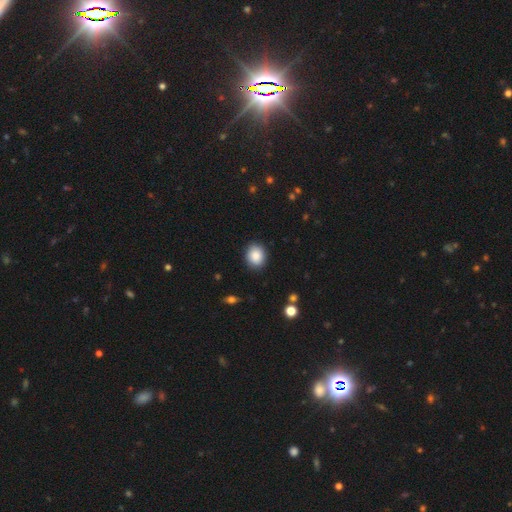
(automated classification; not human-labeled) This appears to be a smooth galaxy with no disk features (87%) that is round (64%). Merging: none (89%).